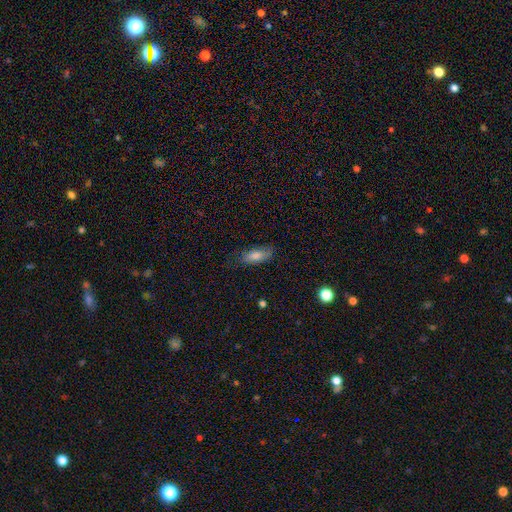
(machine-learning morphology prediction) A smooth galaxy with no disk features (79%) that is in between round and cigar-shaped (72%).

Vote fractions:
- Smooth or featured? smooth: 79% / featured or disk: 14% / star or artifact: 8%
- How rounded? in between: 72% / cigar-shaped: 25% / round: 3%
- Merging? none: 77% / minor disturbance: 18% / major disturbance: 4% / merger: 1%